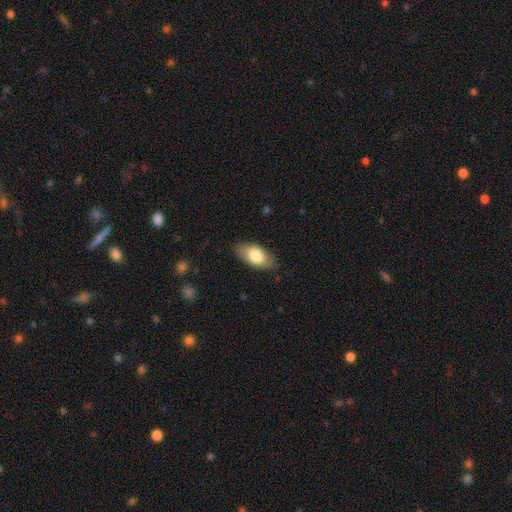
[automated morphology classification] Smooth or featured? smooth (79%)
How rounded? in between (93%)
Merging? none (81%)